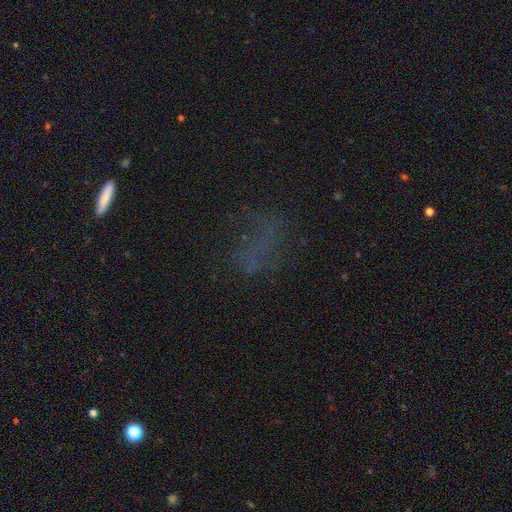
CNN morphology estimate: star or artifact 38% (tied), smooth 38% (tied), featured or disk 24%.